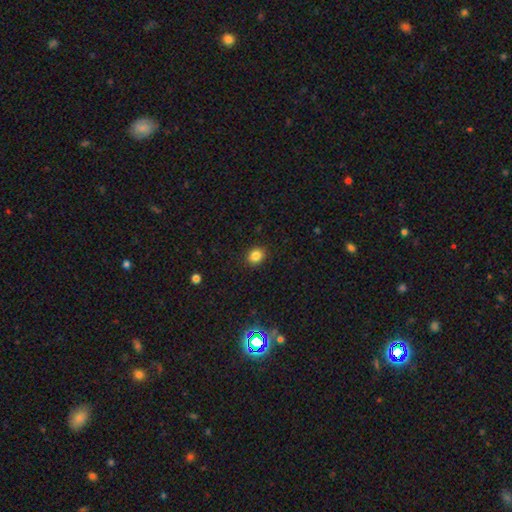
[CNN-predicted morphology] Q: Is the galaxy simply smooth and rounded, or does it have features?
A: smooth — 84%.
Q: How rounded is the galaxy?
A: round — 72%.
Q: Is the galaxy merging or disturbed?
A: none — 90%.